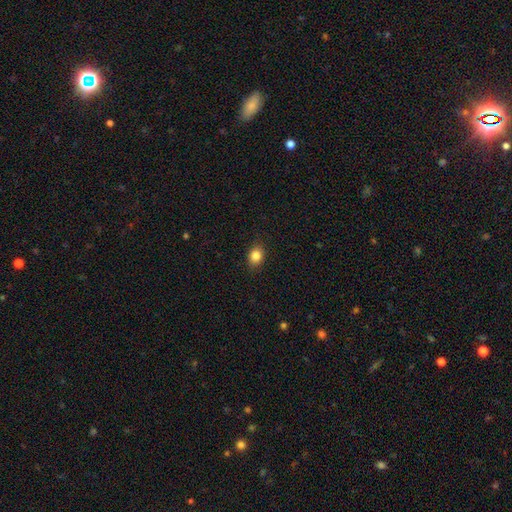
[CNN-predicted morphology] Q: Smooth or featured?
A: smooth (85%); runner-up: star or artifact (10%)
Q: How rounded?
A: in between (56%); runner-up: round (43%)
Q: Merging?
A: none (88%); runner-up: minor disturbance (9%)